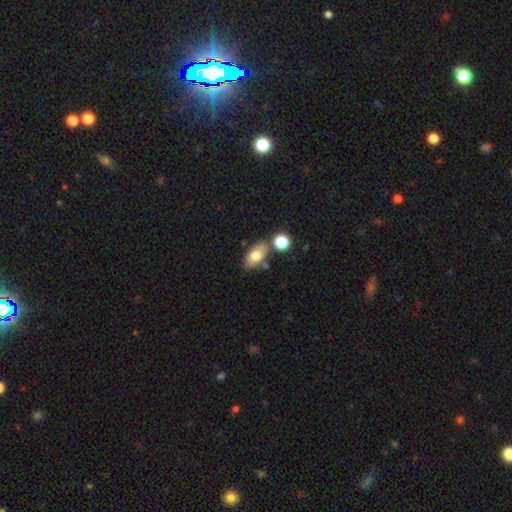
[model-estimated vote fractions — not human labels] Smooth or featured? Predicted: smooth (p=0.73). How rounded? Predicted: in between (p=0.90). Merging? Predicted: none (p=0.71).